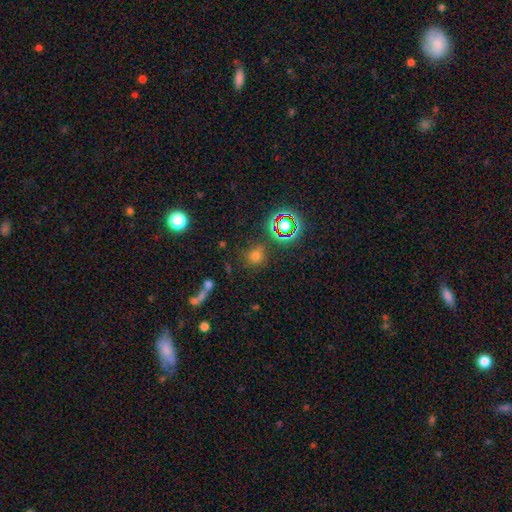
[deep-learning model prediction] smooth 62%, star or artifact 30%, featured or disk 8%. Down the decision tree: how rounded — round (85%); merging — none (77%).